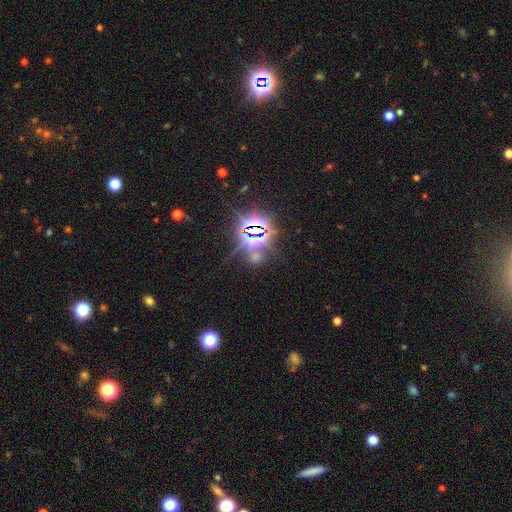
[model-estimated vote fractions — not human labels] Smooth or featured?
  - star or artifact: 80% *
  - smooth: 11%
  - featured or disk: 8%